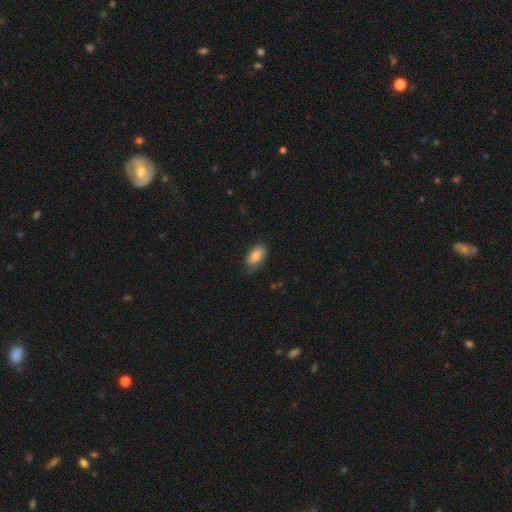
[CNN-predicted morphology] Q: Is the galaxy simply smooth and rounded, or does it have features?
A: smooth — 78%.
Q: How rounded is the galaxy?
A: in between — 92%.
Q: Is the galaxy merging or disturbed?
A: none — 63%.